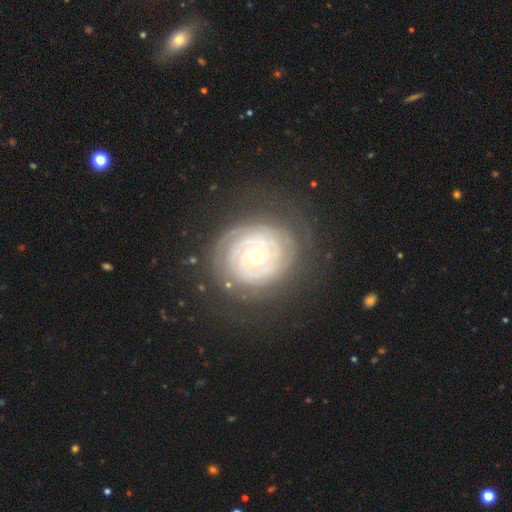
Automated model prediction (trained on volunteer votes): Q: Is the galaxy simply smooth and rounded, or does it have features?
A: featured or disk — 85%.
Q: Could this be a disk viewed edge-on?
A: no — 97%.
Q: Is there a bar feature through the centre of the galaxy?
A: no — 79%.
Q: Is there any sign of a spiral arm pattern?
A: yes — 93%.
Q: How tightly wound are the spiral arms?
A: tight — 86%.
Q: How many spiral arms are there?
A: can't tell — 34%.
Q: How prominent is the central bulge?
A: moderate — 69%.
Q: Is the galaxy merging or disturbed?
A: none — 77%.